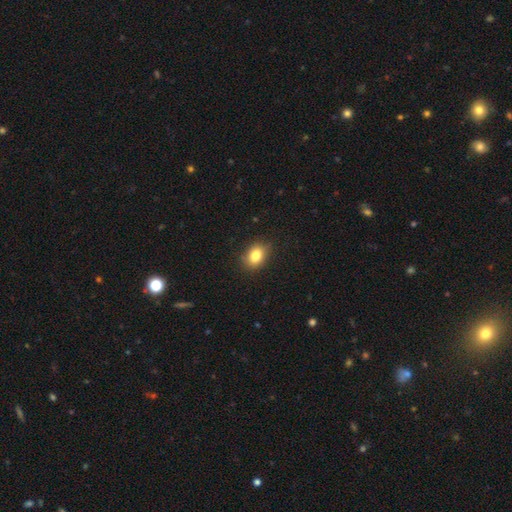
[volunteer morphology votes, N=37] A smooth galaxy with no disk features (78%) that is in between round and cigar-shaped (72%). Merging: none (85%).